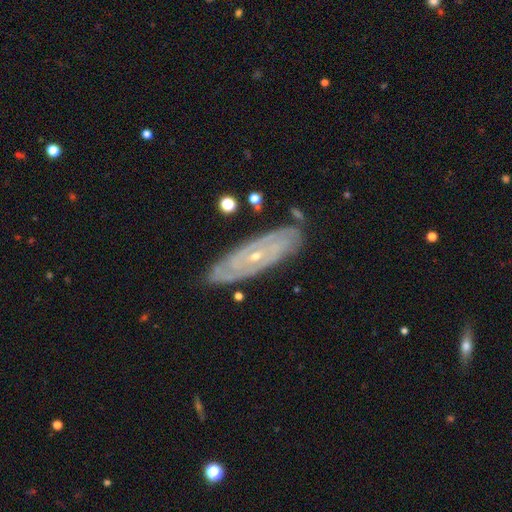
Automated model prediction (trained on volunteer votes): The model was most divided on "spiral arm count": can't tell: 40%, 2: 30%, 3: 12%, 4: 8%, more than 4: 5%, 1: 4%. More confident: spiral arms — yes (92%); edge-on disk — no (84%); smooth or featured — featured or disk (83%); merging — none (82%); bulge size — small (79%); spiral winding — tight (77%); bar — no (71%).